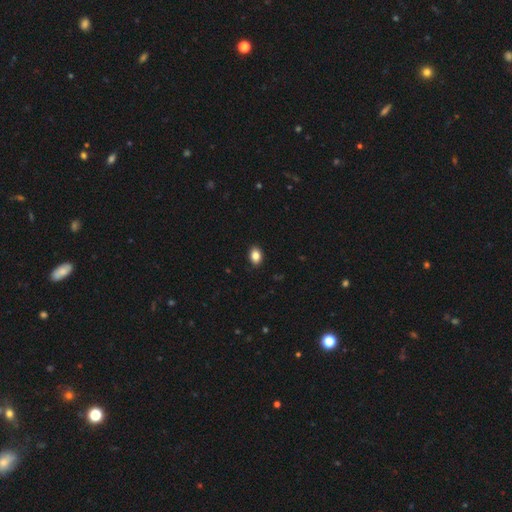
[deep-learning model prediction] smooth 86%, star or artifact 9%, featured or disk 5%. Down the decision tree: how rounded — in between (77%); merging — none (90%).